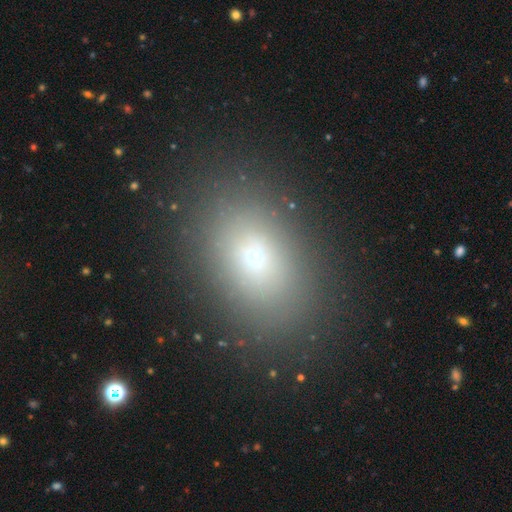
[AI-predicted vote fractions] smooth_or_featured: smooth (p=0.64) [alt: star or artifact p=0.22]
how_rounded: in between (p=0.71) [alt: round p=0.27]
merging: none (p=0.85) [alt: minor disturbance p=0.09]